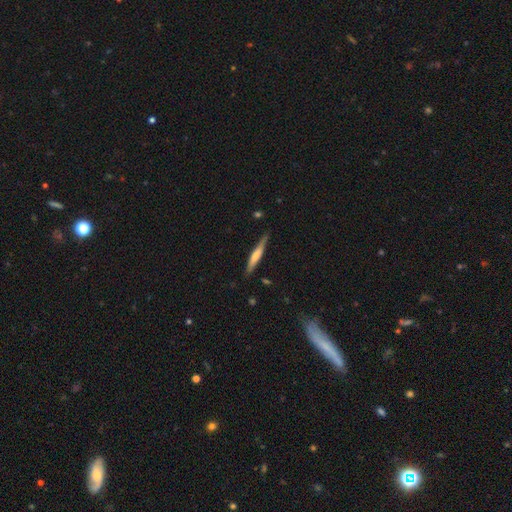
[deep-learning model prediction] Overall: smooth (51%; featured or disk 43%). How rounded: cigar-shaped (93%). Merging: none (82%).